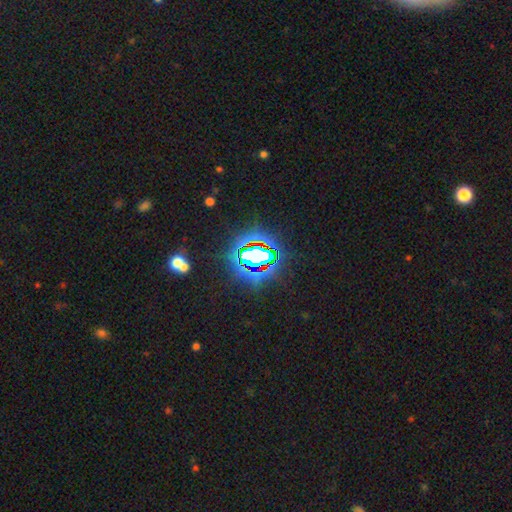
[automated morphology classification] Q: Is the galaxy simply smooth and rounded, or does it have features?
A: star or artifact — 76%.